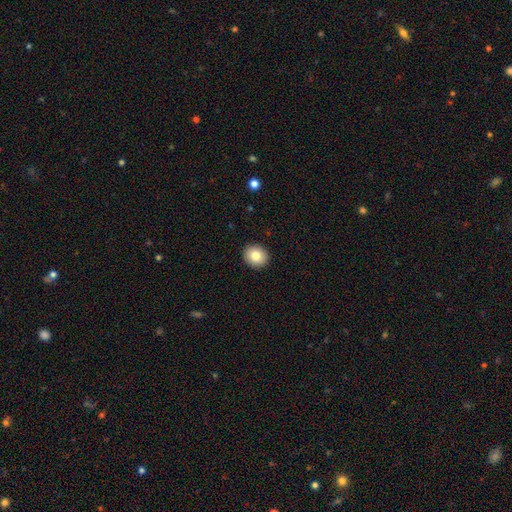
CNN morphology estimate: smooth_or_featured: smooth (p=0.82) [alt: featured or disk p=0.09]
how_rounded: round (p=0.79) [alt: in between p=0.20]
merging: none (p=0.92) [alt: minor disturbance p=0.05]